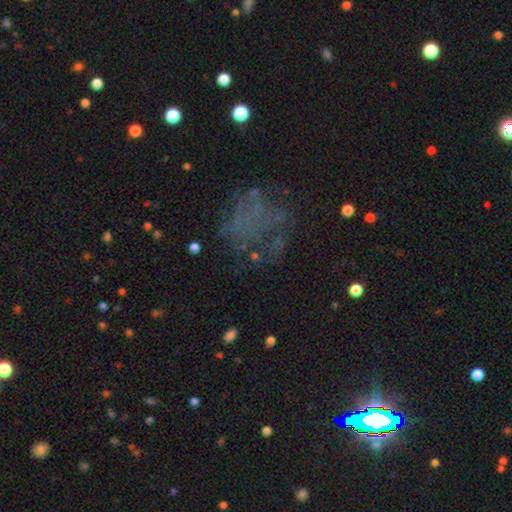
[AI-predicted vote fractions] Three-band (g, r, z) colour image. It shows a featured or disk galaxy (40%). Merging: none (47%).